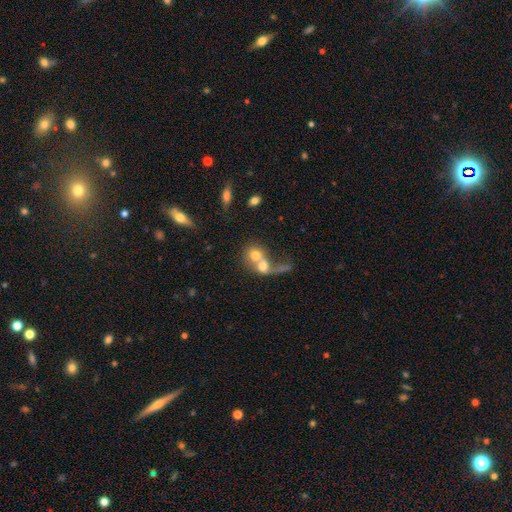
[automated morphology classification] A smooth galaxy with no disk features (60%) that is round (65%). Merging: merger (77%).